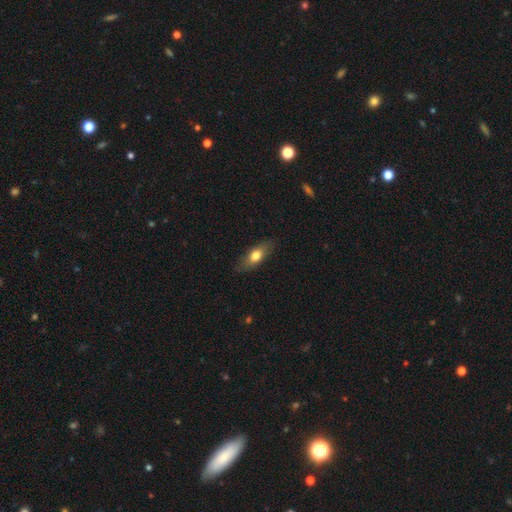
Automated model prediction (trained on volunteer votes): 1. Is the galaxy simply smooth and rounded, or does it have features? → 71% smooth, 22% featured or disk, 7% star or artifact.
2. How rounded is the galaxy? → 73% in between, 22% cigar-shaped, 5% round.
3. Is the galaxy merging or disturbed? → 81% none, 14% minor disturbance, 3% major disturbance, 1% merger.